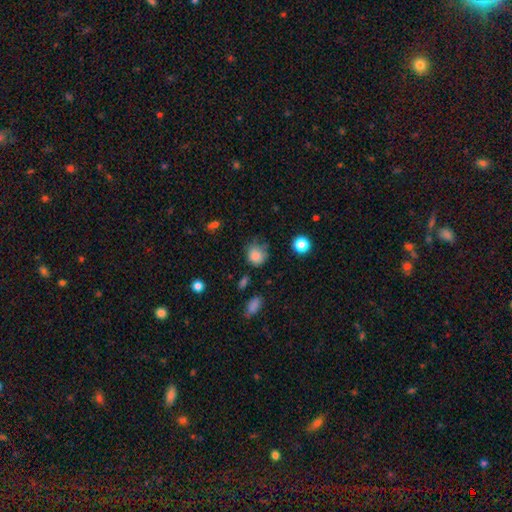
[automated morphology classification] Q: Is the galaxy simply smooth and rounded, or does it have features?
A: smooth — 82%.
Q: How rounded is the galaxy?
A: round — 77%.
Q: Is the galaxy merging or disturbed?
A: none — 57%.